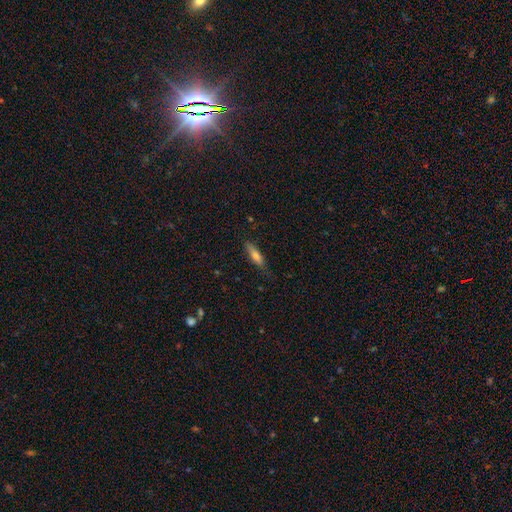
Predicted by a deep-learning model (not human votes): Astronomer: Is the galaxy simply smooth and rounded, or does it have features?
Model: smooth — 68%.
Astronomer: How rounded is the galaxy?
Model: cigar-shaped — 60% (runner-up: in between, 38%).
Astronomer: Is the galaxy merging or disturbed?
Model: none — 74%.